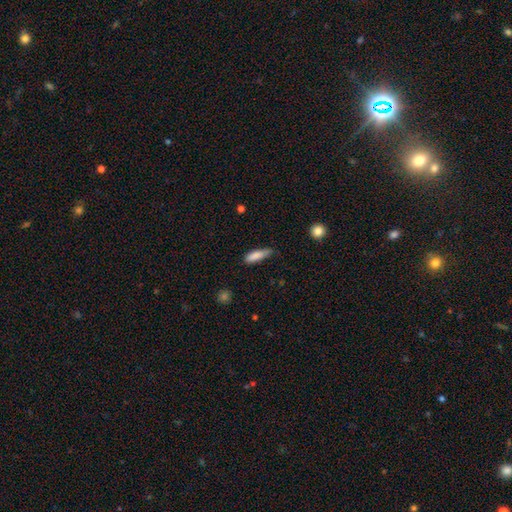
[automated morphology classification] Q: Smooth or featured?
A: smooth (83%); runner-up: featured or disk (10%)
Q: How rounded?
A: cigar-shaped (62%); runner-up: in between (36%)
Q: Merging?
A: none (62%); runner-up: minor disturbance (31%)